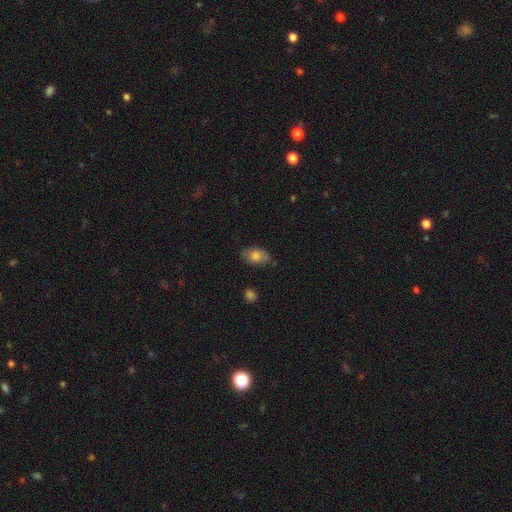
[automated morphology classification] A smooth galaxy with no disk features (78%) that is in between round and cigar-shaped (87%).

Vote fractions:
- Smooth or featured? smooth: 78% / featured or disk: 14% / star or artifact: 8%
- How rounded? in between: 87% / round: 11% / cigar-shaped: 2%
- Merging? none: 70% / minor disturbance: 23% / major disturbance: 5% / merger: 3%